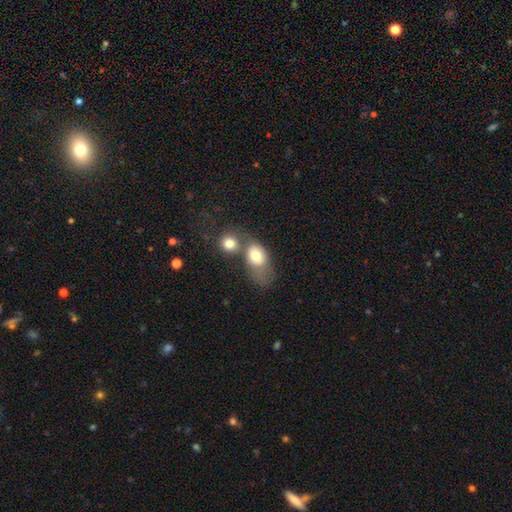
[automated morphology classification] Q: Smooth or featured?
A: smooth (75%); runner-up: featured or disk (16%)
Q: How rounded?
A: in between (69%); runner-up: round (29%)
Q: Merging?
A: merger (54%); runner-up: none (23%)